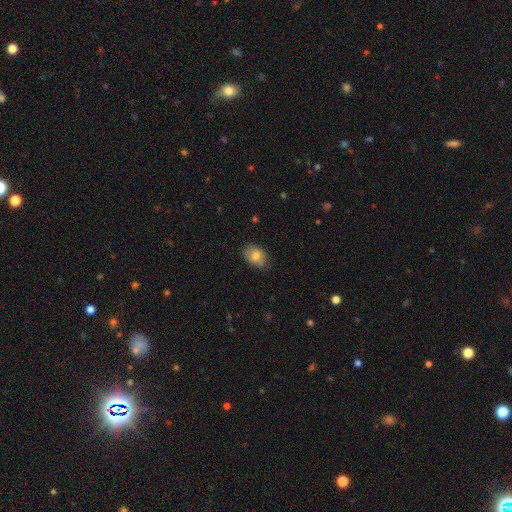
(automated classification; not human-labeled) smooth 81%, featured or disk 11%, star or artifact 8%. Down the decision tree: how rounded — in between (79%); merging — none (76%).